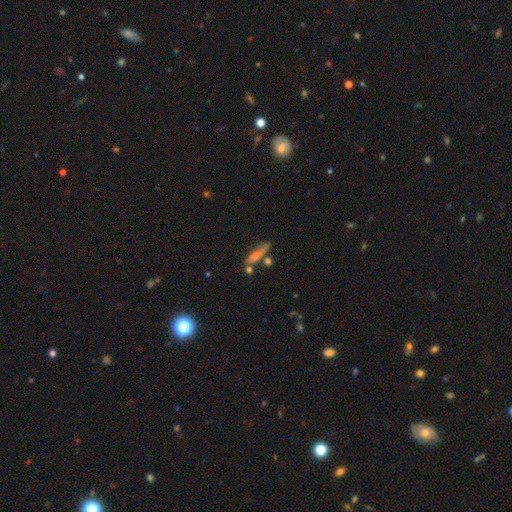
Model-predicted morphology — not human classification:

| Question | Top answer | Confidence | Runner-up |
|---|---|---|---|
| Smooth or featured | featured or disk | 48% | smooth (40%) |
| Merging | none | 63% | minor disturbance (17%) |